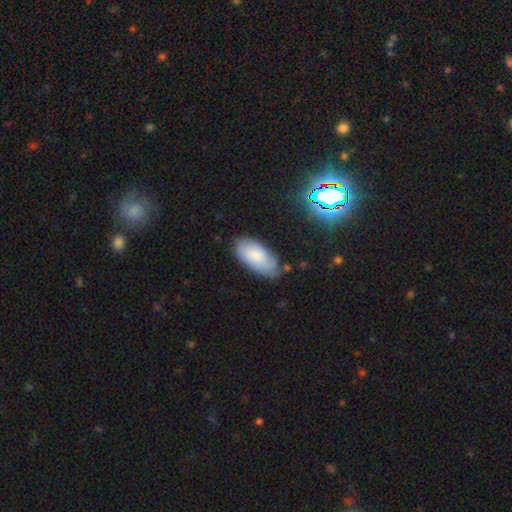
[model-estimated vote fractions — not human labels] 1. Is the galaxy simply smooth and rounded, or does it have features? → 76% smooth, 17% featured or disk, 8% star or artifact.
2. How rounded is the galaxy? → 94% in between, 4% cigar-shaped, 2% round.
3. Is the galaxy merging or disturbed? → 71% none, 22% minor disturbance, 5% major disturbance, 3% merger.